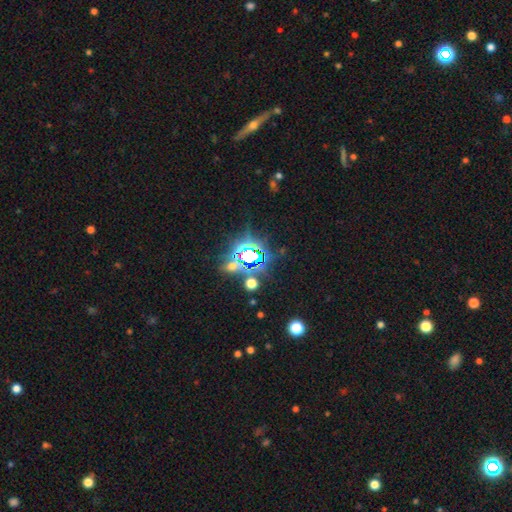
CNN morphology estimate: Smooth or featured? star or artifact (79%)